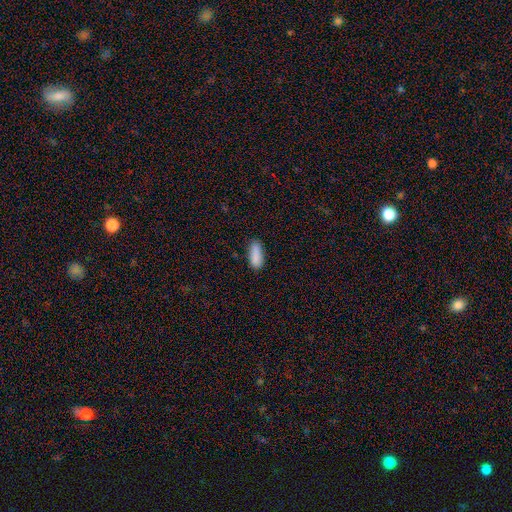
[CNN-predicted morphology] smooth 88%, star or artifact 7%, featured or disk 4%. Down the decision tree: how rounded — in between (74%); merging — none (79%).